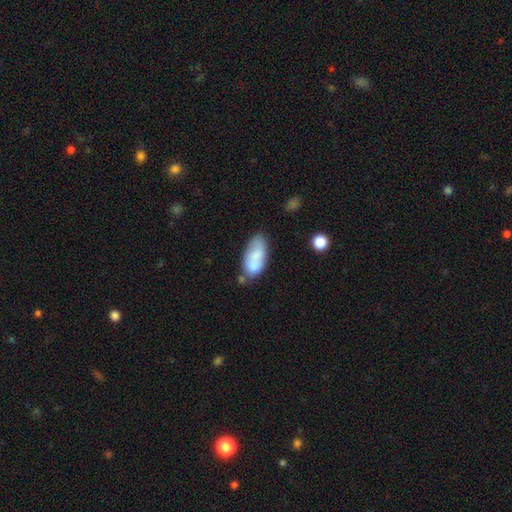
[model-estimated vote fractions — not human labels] Smooth or featured? Predicted: smooth (p=0.71). How rounded? Predicted: in between (p=0.91). Merging? Predicted: none (p=0.48).